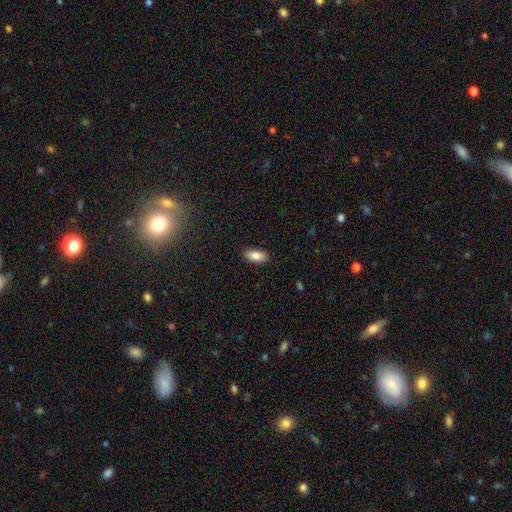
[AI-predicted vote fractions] Morphology: type=smooth (86%); roundness=in between (90%); merging=none (89%).